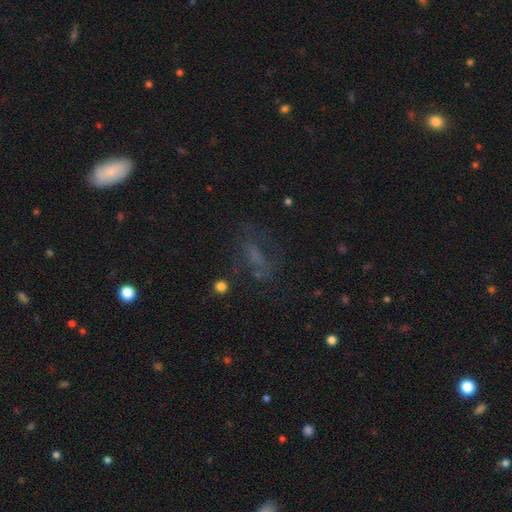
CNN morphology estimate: Q: Smooth or featured?
A: featured or disk (36%); tied with: smooth (36%)
Q: Merging?
A: none (54%); runner-up: major disturbance (24%)